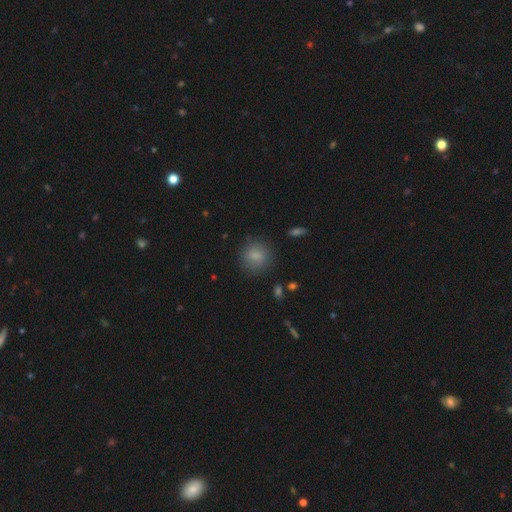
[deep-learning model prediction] Overall: smooth (83%). How rounded: round (83%). Merging: none (81%).